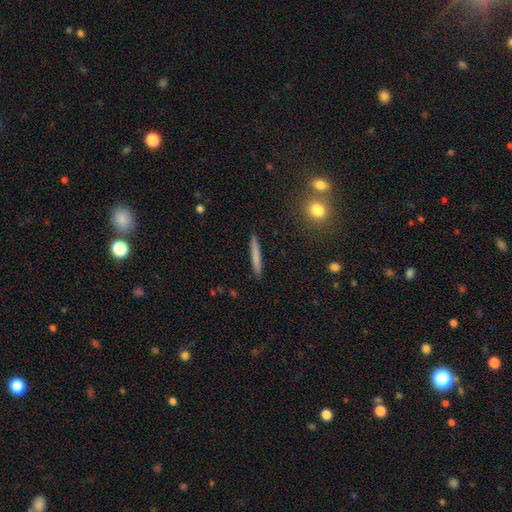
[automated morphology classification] A smooth galaxy with no disk features (72%) that is cigar-shaped (96%).

Vote fractions:
- Smooth or featured? smooth: 72% / featured or disk: 21% / star or artifact: 7%
- How rounded? cigar-shaped: 96% / in between: 3% / round: 2%
- Merging? none: 91% / minor disturbance: 6% / major disturbance: 1% / merger: 1%